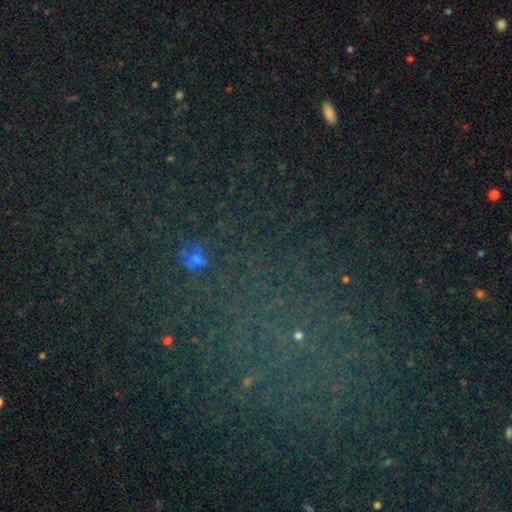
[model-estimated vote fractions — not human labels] Overall: star or artifact (65%).